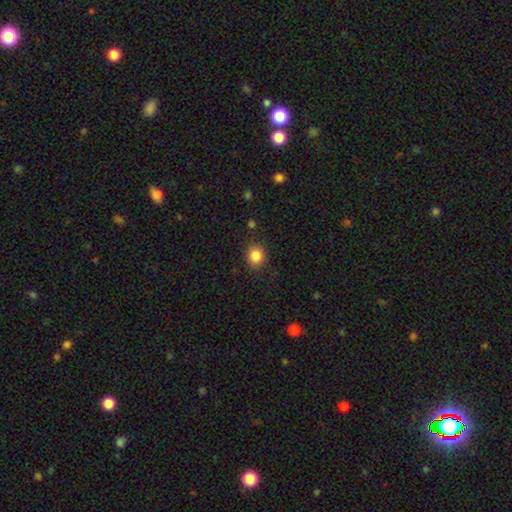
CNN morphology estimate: This appears to be a smooth galaxy with no disk features (85%) that is round (70%). Merging: none (88%).